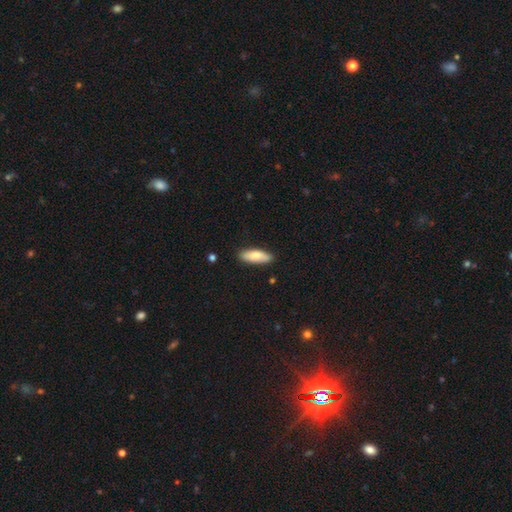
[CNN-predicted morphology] type=smooth (80%); roundness=in between (61%); merging=none (85%).